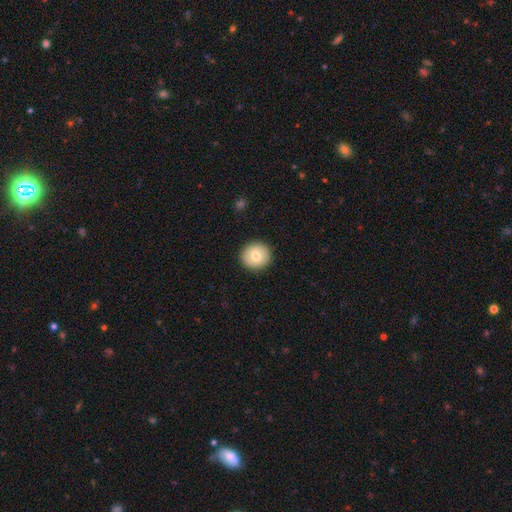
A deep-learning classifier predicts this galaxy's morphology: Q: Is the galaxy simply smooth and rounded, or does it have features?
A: smooth — 75%.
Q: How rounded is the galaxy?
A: round — 91%.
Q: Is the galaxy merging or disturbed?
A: none — 91%.